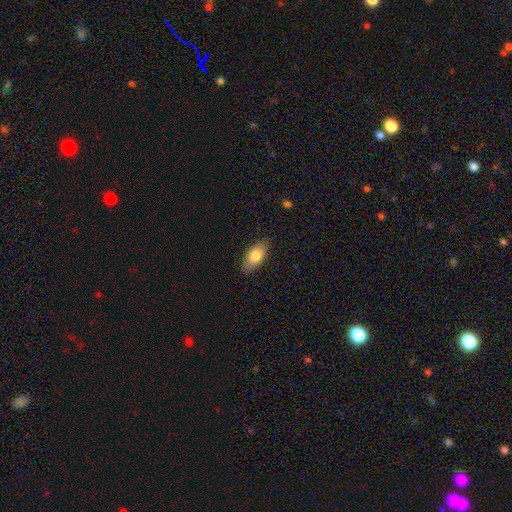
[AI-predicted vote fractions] Smooth or featured?
  - smooth: 79% *
  - featured or disk: 15%
  - star or artifact: 6%
How rounded?
  - in between: 87% *
  - cigar-shaped: 9%
  - round: 3%
Merging?
  - none: 84% *
  - minor disturbance: 13%
  - major disturbance: 2%
  - merger: 1%